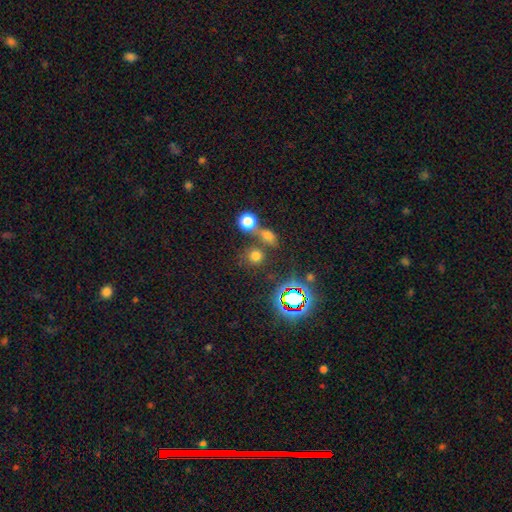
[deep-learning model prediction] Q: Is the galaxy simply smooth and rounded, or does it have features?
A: smooth — 67%.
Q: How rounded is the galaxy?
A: round — 85%.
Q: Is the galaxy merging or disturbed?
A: none — 65%.